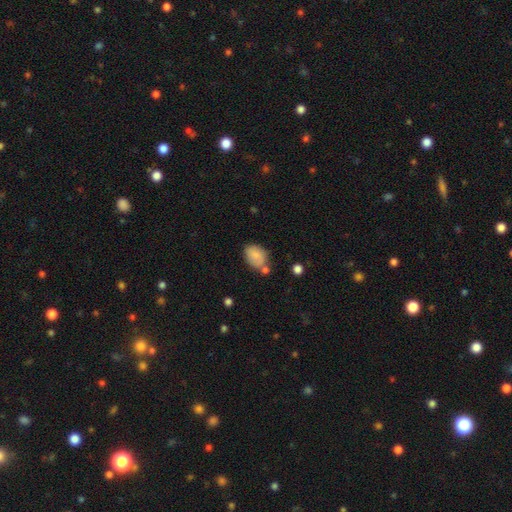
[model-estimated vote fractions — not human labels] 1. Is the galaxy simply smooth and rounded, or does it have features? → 82% smooth, 10% featured or disk, 8% star or artifact.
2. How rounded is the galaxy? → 77% in between, 22% round, 1% cigar-shaped.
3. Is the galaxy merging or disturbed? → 56% none, 21% minor disturbance, 17% merger, 6% major disturbance.